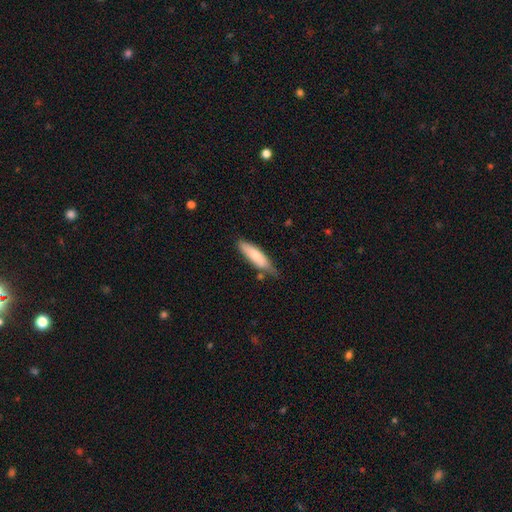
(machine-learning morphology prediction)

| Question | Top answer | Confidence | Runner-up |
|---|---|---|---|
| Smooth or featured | smooth | 76% | featured or disk (18%) |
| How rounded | cigar-shaped | 64% | in between (35%) |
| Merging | none | 58% | minor disturbance (30%) |